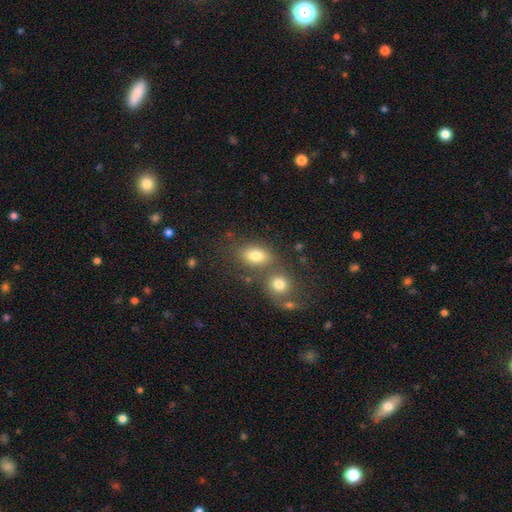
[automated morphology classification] A smooth galaxy with no disk features (76%) that is in between round and cigar-shaped (75%). Merging: none (49%).